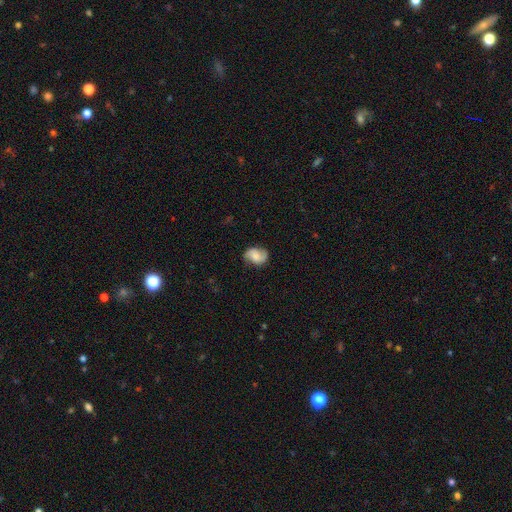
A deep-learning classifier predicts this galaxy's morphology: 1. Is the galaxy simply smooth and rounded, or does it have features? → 55% featured or disk, 36% smooth, 8% star or artifact.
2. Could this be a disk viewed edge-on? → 97% no, 3% yes.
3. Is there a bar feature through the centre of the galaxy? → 60% no, 33% weak, 7% strong.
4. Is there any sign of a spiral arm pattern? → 93% yes, 7% no.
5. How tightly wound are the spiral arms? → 41% medium, 39% loose, 20% tight.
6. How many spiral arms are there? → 89% 2, 5% can't tell, 3% 1, 1% 3, 1% 4, 1% more than 4.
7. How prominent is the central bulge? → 37% moderate, 29% small, 19% none, 12% large, 3% dominant.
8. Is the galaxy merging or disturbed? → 77% none, 17% minor disturbance, 5% major disturbance, 1% merger.